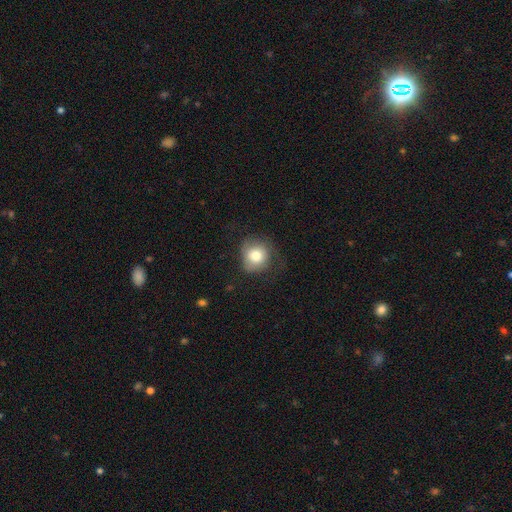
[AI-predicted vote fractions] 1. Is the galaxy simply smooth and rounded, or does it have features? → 78% smooth, 13% featured or disk, 9% star or artifact.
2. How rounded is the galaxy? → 83% round, 16% in between, 1% cigar-shaped.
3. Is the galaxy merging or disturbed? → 61% none, 25% minor disturbance, 13% major disturbance, 1% merger.